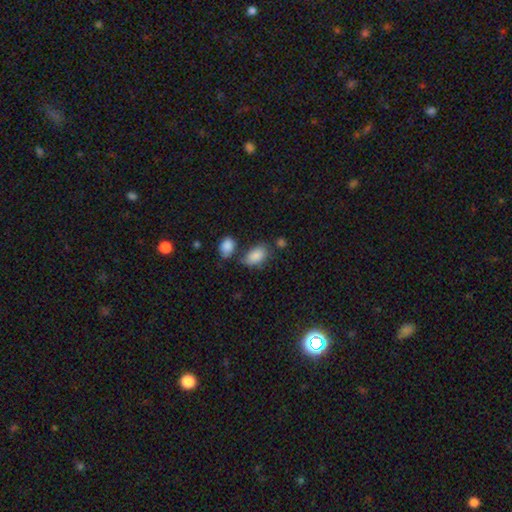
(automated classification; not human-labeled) smooth 86%, star or artifact 8%, featured or disk 6%. Down the decision tree: how rounded — in between (92%); merging — none (52%).